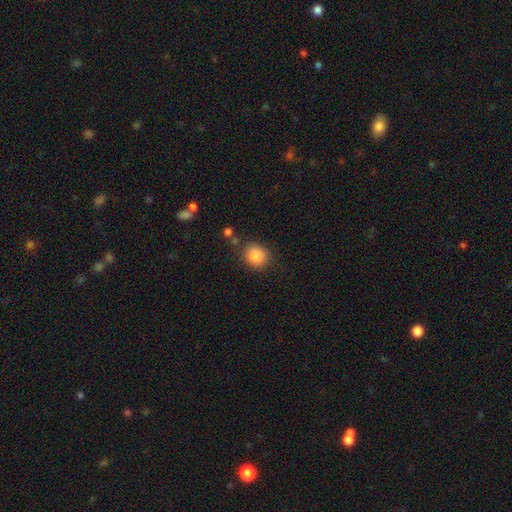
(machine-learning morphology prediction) A smooth galaxy with no disk features (86%) that is round (75%). Merging: none (80%).